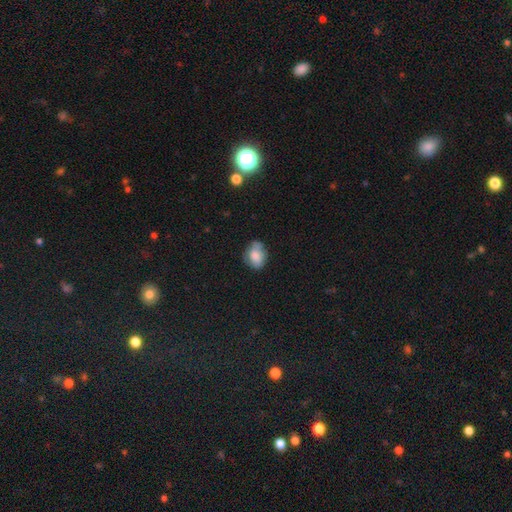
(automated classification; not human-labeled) A smooth galaxy with no disk features (76%) that is in between round and cigar-shaped (65%).

Vote fractions:
- Smooth or featured? smooth: 76% / featured or disk: 16% / star or artifact: 8%
- How rounded? in between: 65% / round: 34% / cigar-shaped: 1%
- Merging? none: 59% / minor disturbance: 31% / major disturbance: 7% / merger: 3%